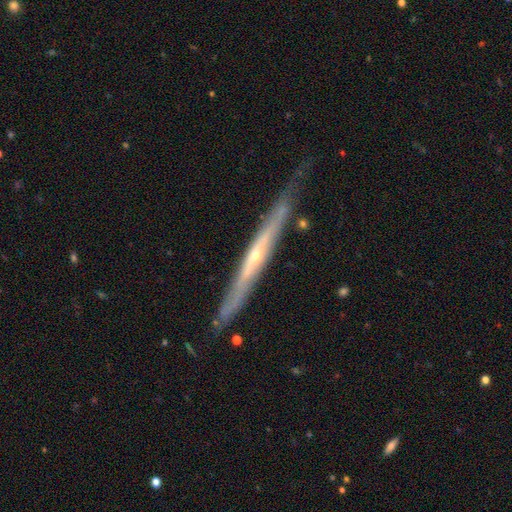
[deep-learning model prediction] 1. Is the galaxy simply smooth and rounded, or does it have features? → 78% featured or disk, 16% smooth, 6% star or artifact.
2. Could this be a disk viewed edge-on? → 91% yes, 9% no.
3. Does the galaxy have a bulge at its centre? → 61% rounded, 36% none, 3% boxy.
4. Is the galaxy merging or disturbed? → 74% none, 20% minor disturbance, 4% major disturbance, 2% merger.